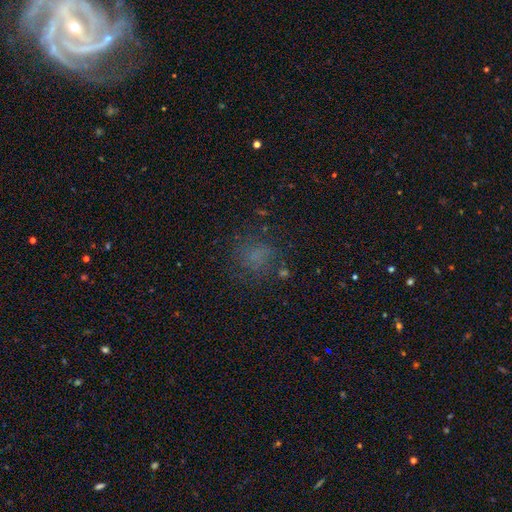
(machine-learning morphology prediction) A smooth galaxy with no disk features (59%) that is round (72%). Merging: none (69%).